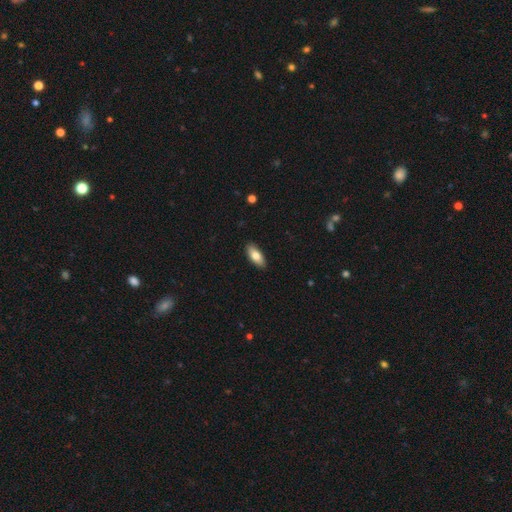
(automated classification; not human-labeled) smooth 78%, featured or disk 16%, star or artifact 6%. Down the decision tree: how rounded — in between (84%); merging — none (89%).